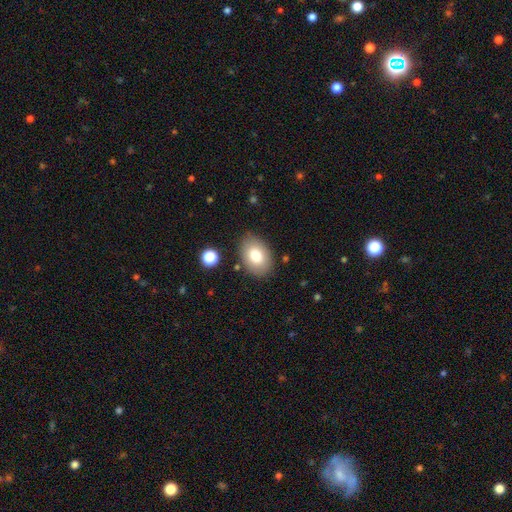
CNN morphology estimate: Smooth or featured? Predicted: smooth (p=0.78). How rounded? Predicted: in between (p=0.85). Merging? Predicted: none (p=0.83).